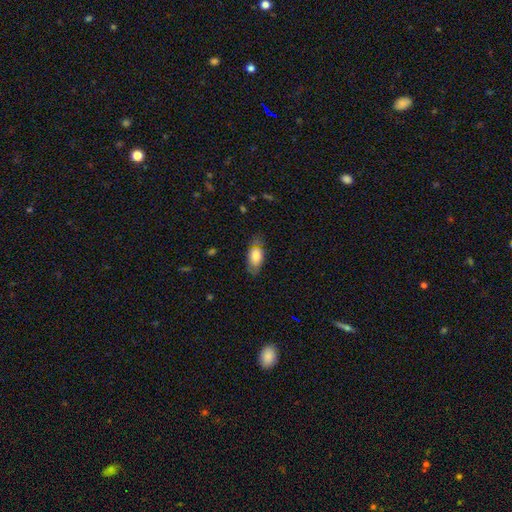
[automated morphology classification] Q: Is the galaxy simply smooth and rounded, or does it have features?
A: smooth — 73%.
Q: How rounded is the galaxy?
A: in between — 87%.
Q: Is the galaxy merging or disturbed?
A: none — 67%.